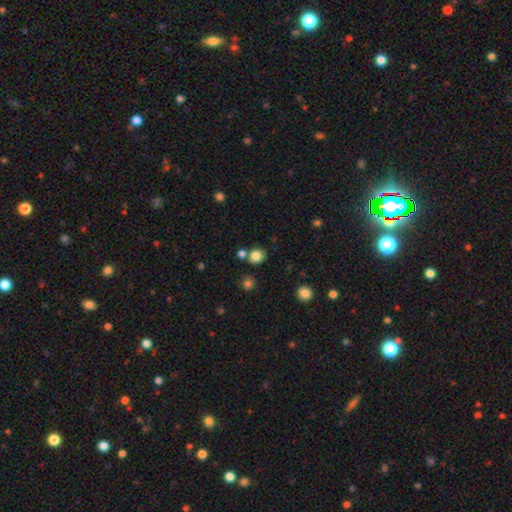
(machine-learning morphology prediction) Q: Smooth or featured?
A: smooth (82%); runner-up: star or artifact (12%)
Q: How rounded?
A: round (74%); runner-up: in between (25%)
Q: Merging?
A: none (72%); runner-up: merger (14%)